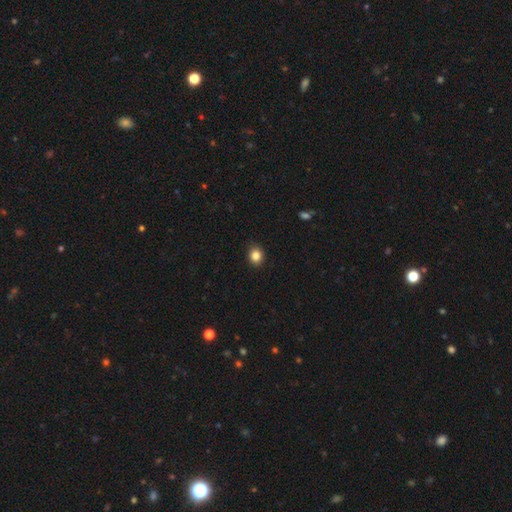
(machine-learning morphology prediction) The model was most divided on "how rounded": round: 72%, in between: 27%, cigar-shaped: 1%. More confident: merging — none (89%); smooth or featured — smooth (85%).